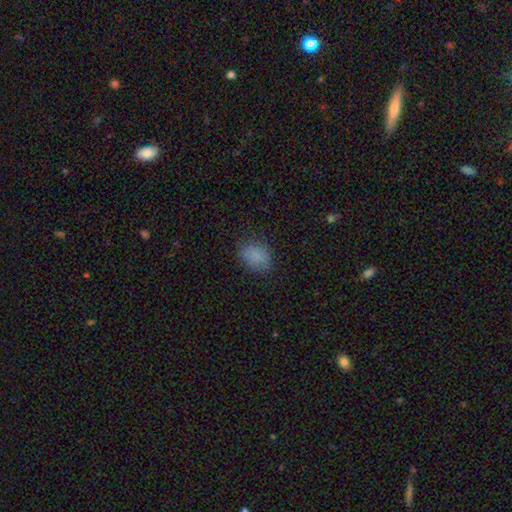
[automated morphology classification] A smooth galaxy with no disk features (83%) that is in between round and cigar-shaped (66%).

Vote fractions:
- Smooth or featured? smooth: 83% / star or artifact: 11% / featured or disk: 6%
- How rounded? in between: 66% / round: 32% / cigar-shaped: 1%
- Merging? none: 77% / minor disturbance: 17% / major disturbance: 5% / merger: 1%